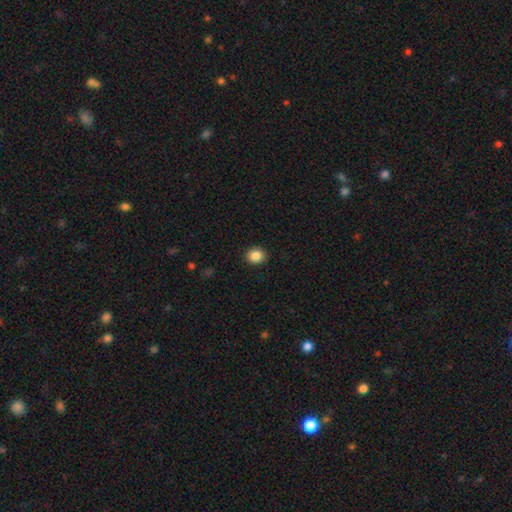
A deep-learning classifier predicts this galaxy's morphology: Smooth or featured? Predicted: smooth (p=0.87). How rounded? Predicted: round (p=0.76). Merging? Predicted: none (p=0.91).